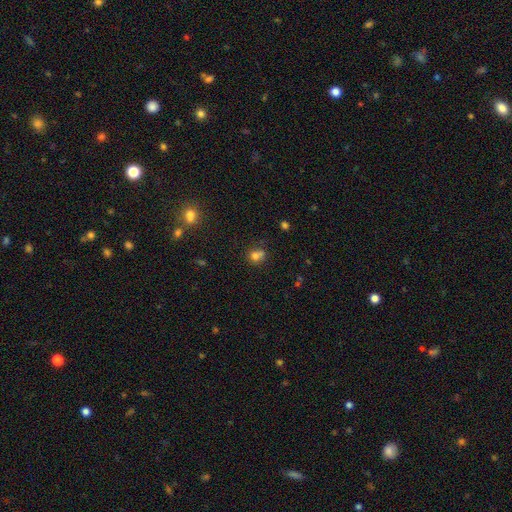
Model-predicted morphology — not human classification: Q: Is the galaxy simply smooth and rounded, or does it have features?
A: smooth — 73%.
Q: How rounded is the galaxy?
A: round — 70%.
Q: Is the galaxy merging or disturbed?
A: none — 43%.